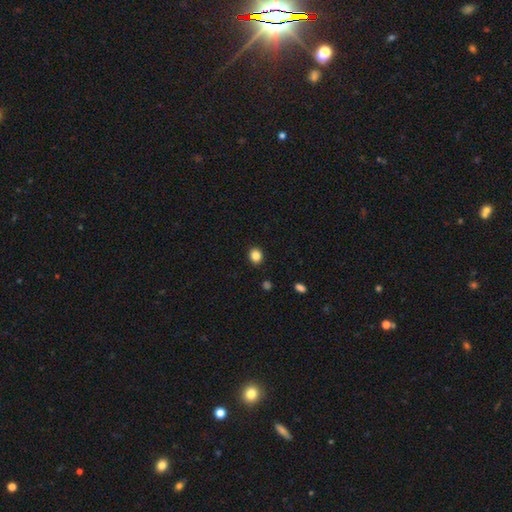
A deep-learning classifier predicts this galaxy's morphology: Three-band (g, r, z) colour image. It shows a smooth galaxy with no disk features (86%) that is round (69%). Merging: none (90%).